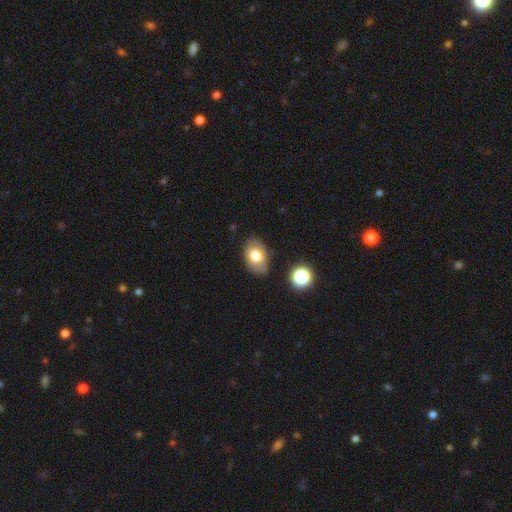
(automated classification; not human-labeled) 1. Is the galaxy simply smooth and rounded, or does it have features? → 74% smooth, 17% featured or disk, 9% star or artifact.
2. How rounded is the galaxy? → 85% in between, 14% round, 1% cigar-shaped.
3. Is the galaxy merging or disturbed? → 79% none, 15% minor disturbance, 4% major disturbance, 3% merger.